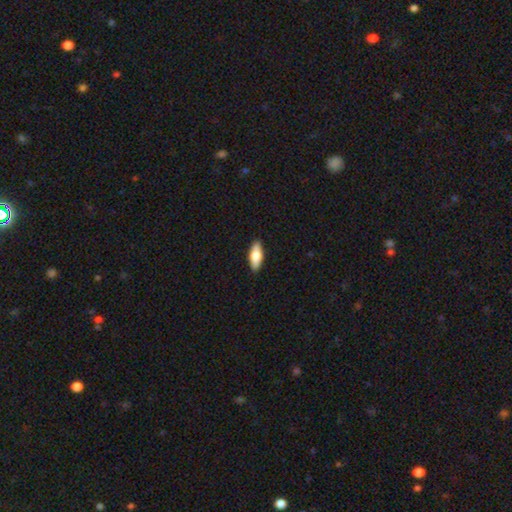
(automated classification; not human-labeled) Morphology: type=smooth (69%); roundness=in between (72%); merging=none (89%).